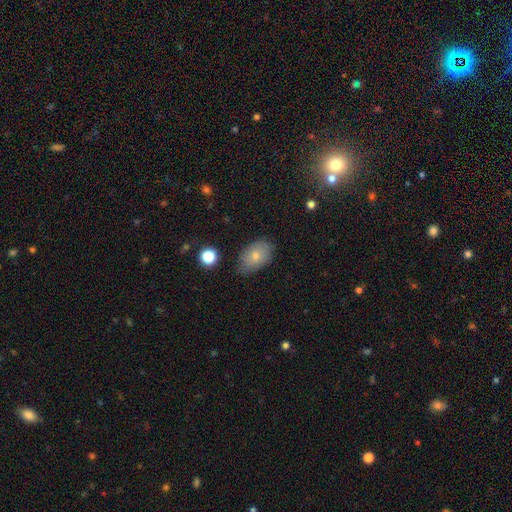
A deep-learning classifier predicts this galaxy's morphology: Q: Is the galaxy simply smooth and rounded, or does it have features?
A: smooth — 74%.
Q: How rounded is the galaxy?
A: in between — 87%.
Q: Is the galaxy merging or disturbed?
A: none — 72%.